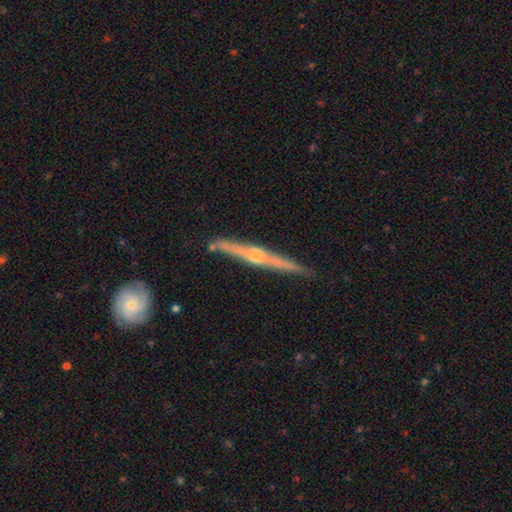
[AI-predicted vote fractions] A featured or disk galaxy (82%) viewed edge-on (98%) with a rounded central bulge (85%). Merging: none (86%).